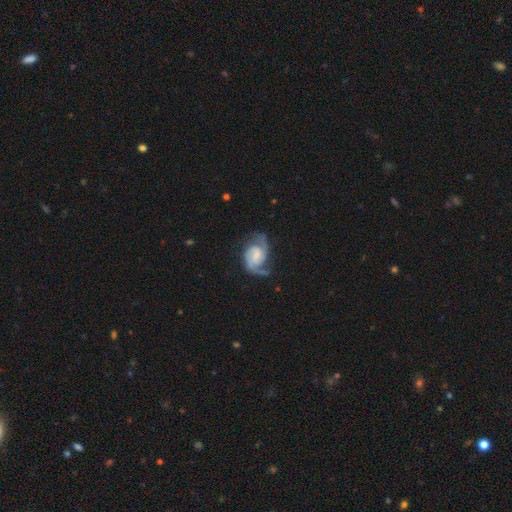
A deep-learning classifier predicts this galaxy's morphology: A featured or disk galaxy (86%) with no bar (46%), 2 (84%) medium (51%) spiral arms (97%) and no central bulge (33%). Merging: none (62%).